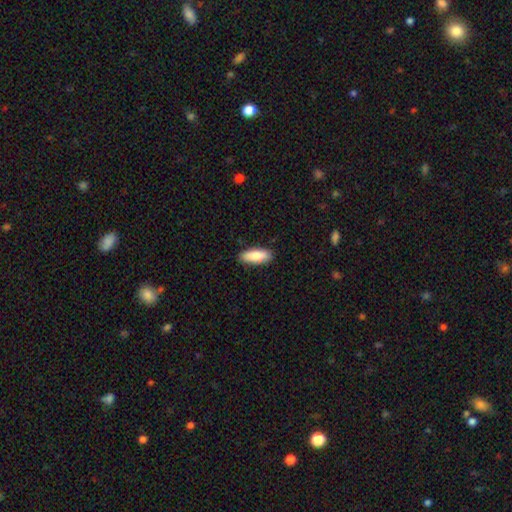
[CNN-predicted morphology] Q: Smooth or featured?
A: smooth (85%); runner-up: featured or disk (10%)
Q: How rounded?
A: in between (69%); runner-up: cigar-shaped (29%)
Q: Merging?
A: none (87%); runner-up: minor disturbance (10%)